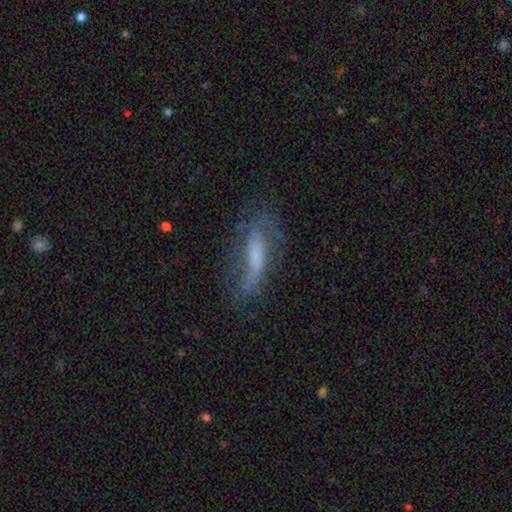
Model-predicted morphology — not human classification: A featured or disk galaxy (59%).

Vote fractions:
- Smooth or featured? featured or disk: 59% / smooth: 32% / star or artifact: 9%
- Edge-on disk? no: 75% / yes: 25%
- Merging? none: 54% / minor disturbance: 25% / major disturbance: 18% / merger: 3%